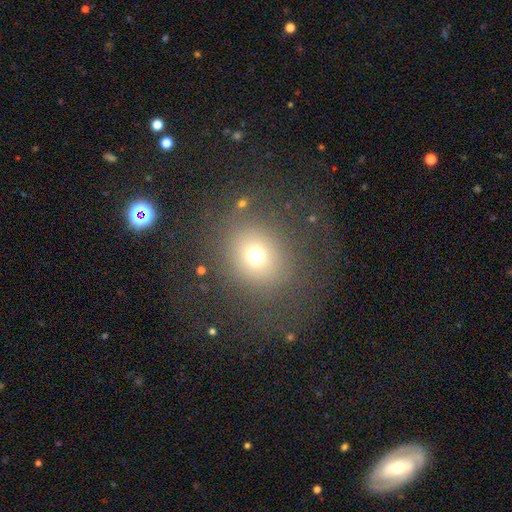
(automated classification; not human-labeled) smooth 69%, star or artifact 20%, featured or disk 11%. Down the decision tree: how rounded — round (81%); merging — none (78%).